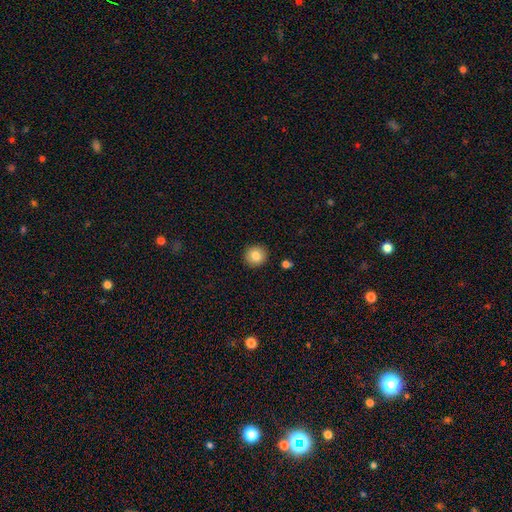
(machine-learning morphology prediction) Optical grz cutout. It shows a smooth galaxy with no disk features (84%) that is round (92%). Merging: none (92%).